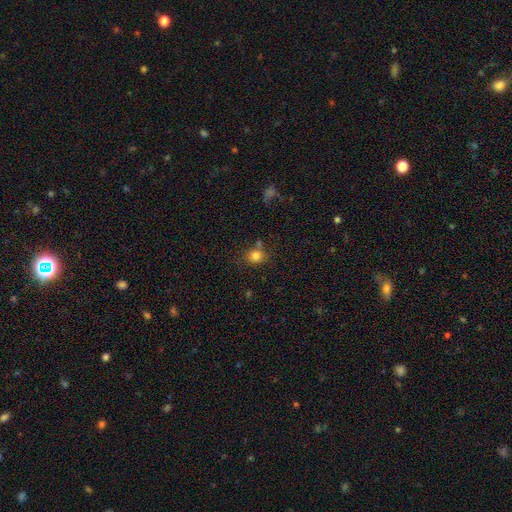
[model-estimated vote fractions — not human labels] Smooth or featured? smooth (81%)
How rounded? round (74%)
Merging? none (71%)